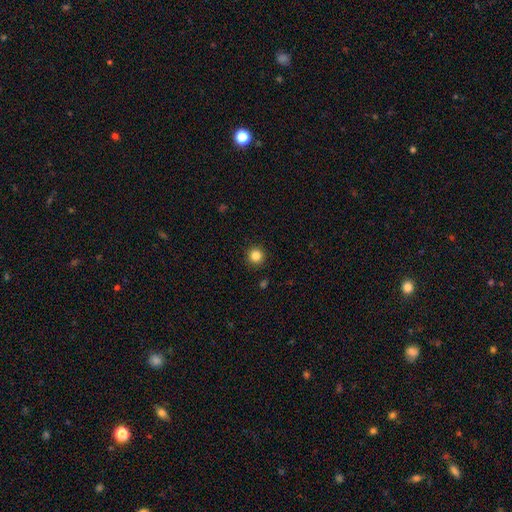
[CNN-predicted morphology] smooth-or-featured: smooth: 84% | star or artifact: 12% | featured or disk: 4%
  how-rounded: round: 95% | in between: 4% | cigar-shaped: 1%
  merging: none: 92% | minor disturbance: 5% | major disturbance: 2% | merger: 1%